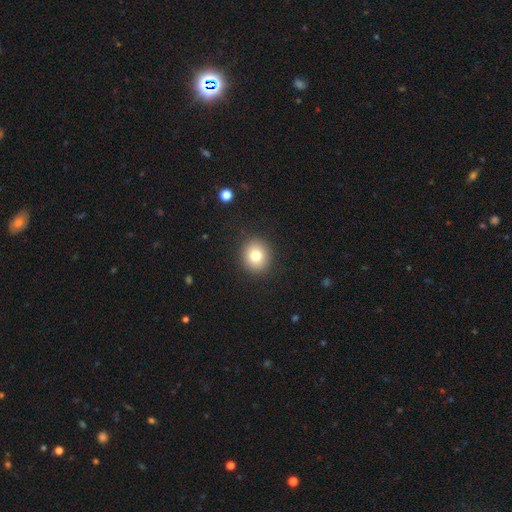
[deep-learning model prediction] Overall: smooth (77%). How rounded: round (84%). Merging: none (90%).